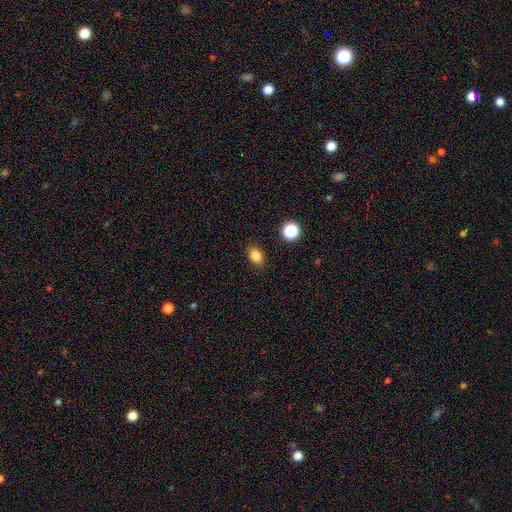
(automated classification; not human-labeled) Smooth or featured?
  - smooth: 84% *
  - star or artifact: 11%
  - featured or disk: 5%
How rounded?
  - in between: 75% *
  - round: 23%
  - cigar-shaped: 1%
Merging?
  - none: 87% *
  - minor disturbance: 9%
  - major disturbance: 2%
  - merger: 1%